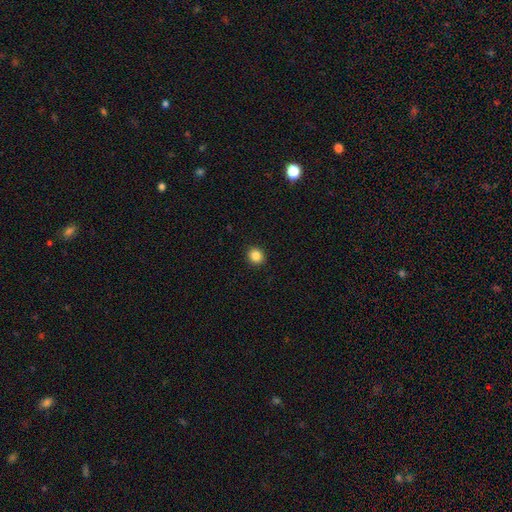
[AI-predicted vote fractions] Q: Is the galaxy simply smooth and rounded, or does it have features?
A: smooth — 86%.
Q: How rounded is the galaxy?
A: round — 82%.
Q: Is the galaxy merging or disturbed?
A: none — 92%.